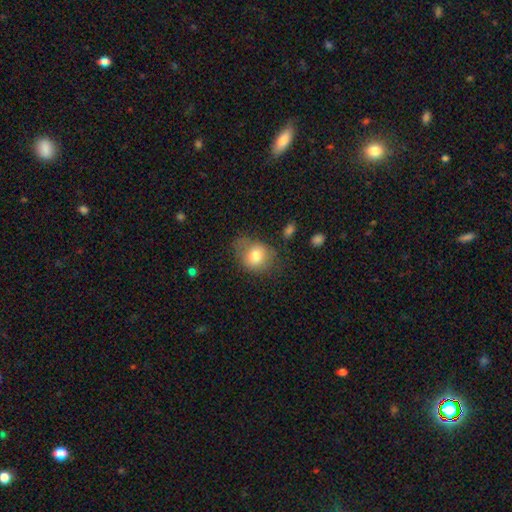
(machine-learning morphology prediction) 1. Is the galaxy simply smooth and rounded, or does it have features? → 76% smooth, 15% featured or disk, 9% star or artifact.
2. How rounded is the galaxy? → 55% round, 44% in between, 1% cigar-shaped.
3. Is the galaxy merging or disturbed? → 49% none, 31% minor disturbance, 17% major disturbance, 3% merger.